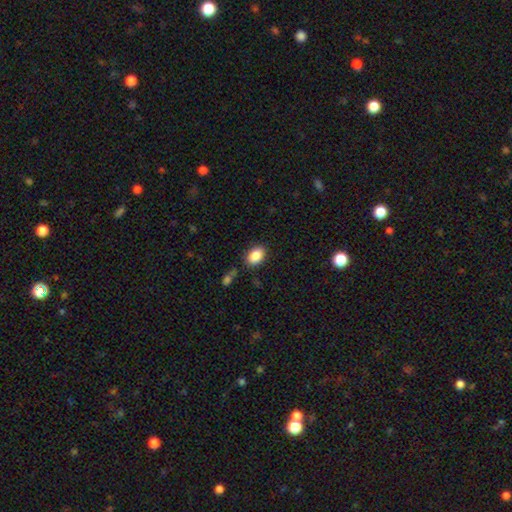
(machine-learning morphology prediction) type=smooth (87%); roundness=in between (85%); merging=none (82%).